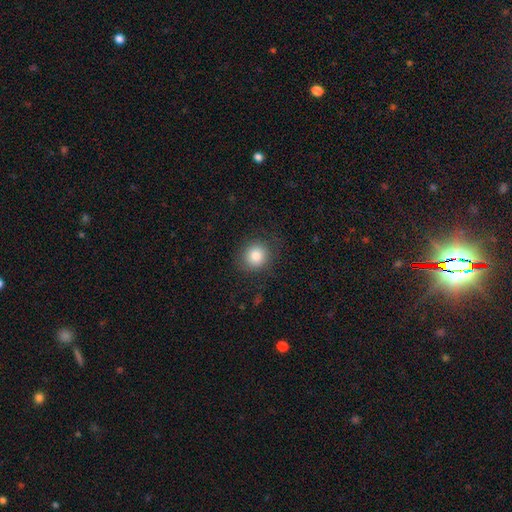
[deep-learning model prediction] smooth_or_featured: smooth (p=0.83) [alt: star or artifact p=0.10]
how_rounded: round (p=0.87) [alt: in between p=0.12]
merging: none (p=0.85) [alt: minor disturbance p=0.10]